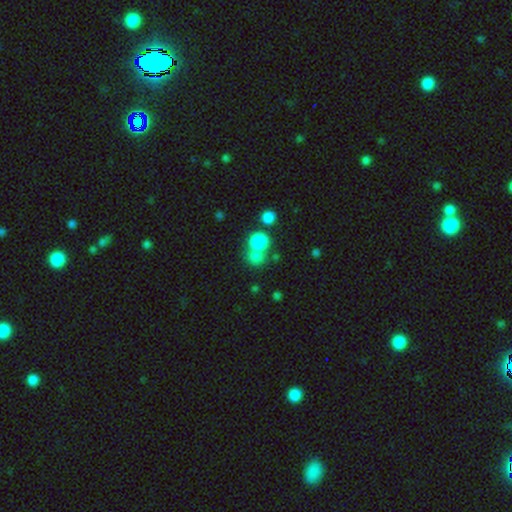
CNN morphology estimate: Smooth or featured?
  - smooth: 77% *
  - star or artifact: 15%
  - featured or disk: 8%
How rounded?
  - round: 86% *
  - in between: 13%
  - cigar-shaped: 1%
Merging?
  - none: 52% *
  - merger: 37%
  - minor disturbance: 7%
  - major disturbance: 4%